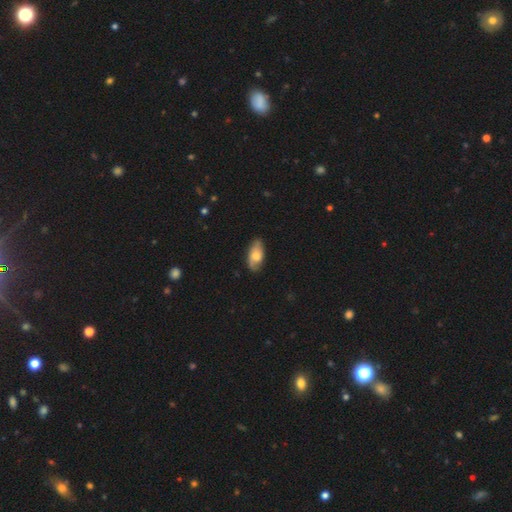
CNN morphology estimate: type=smooth (62%); roundness=in between (90%); merging=none (77%).